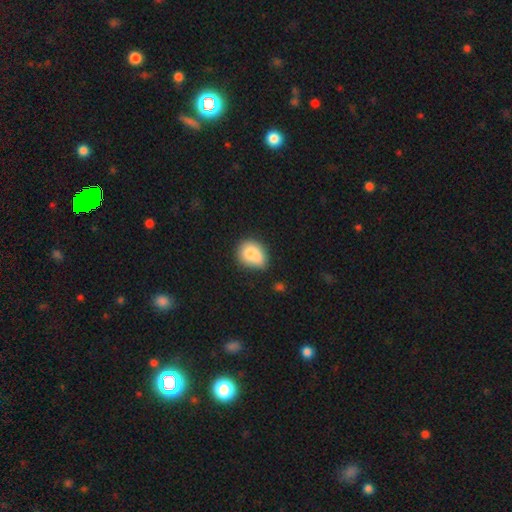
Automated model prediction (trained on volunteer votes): Smooth or featured?
  - smooth: 81% *
  - featured or disk: 11%
  - star or artifact: 9%
How rounded?
  - in between: 50% *
  - round: 48%
  - cigar-shaped: 1%
Merging?
  - none: 49% *
  - minor disturbance: 33%
  - merger: 11%
  - major disturbance: 8%